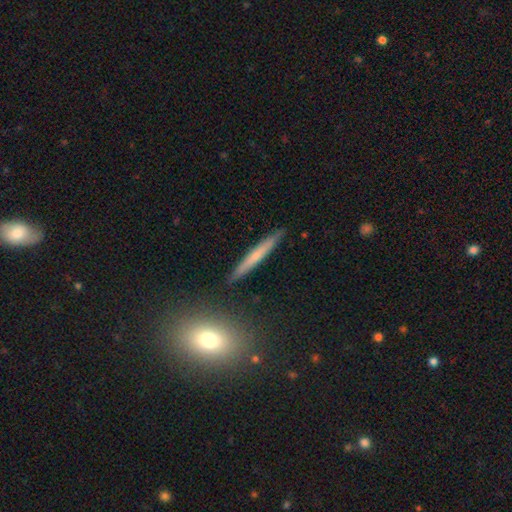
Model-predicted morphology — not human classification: Smooth or featured? smooth (52%)
How rounded? cigar-shaped (94%)
Merging? none (89%)